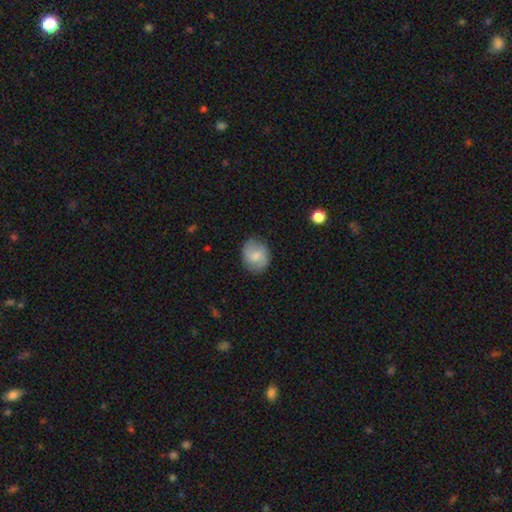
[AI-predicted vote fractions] smooth 59%, featured or disk 33%, star or artifact 7%. Down the decision tree: how rounded — round (59%); merging — none (80%).